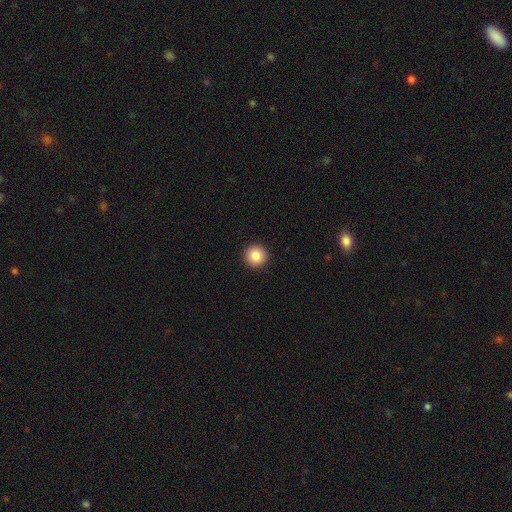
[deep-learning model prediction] This is clearly a smooth galaxy (87%). How rounded: clearly round (96%). Merging: clearly none (94%).